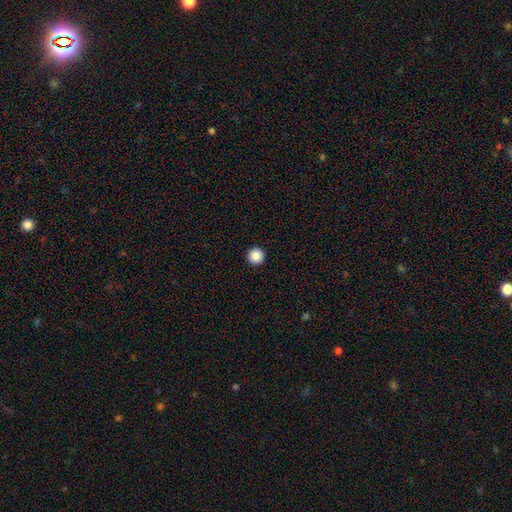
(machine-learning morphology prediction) Smooth or featured?
  - smooth: 88% *
  - star or artifact: 9%
  - featured or disk: 3%
How rounded?
  - round: 97% *
  - in between: 2%
  - cigar-shaped: 1%
Merging?
  - none: 94% *
  - minor disturbance: 4%
  - major disturbance: 1%
  - merger: 1%